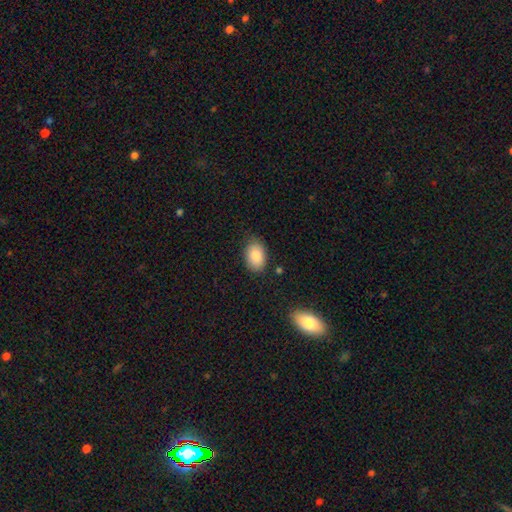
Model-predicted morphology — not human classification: This appears to be a smooth galaxy with no disk features (86%) that is in between round and cigar-shaped (85%). Merging: none (80%).